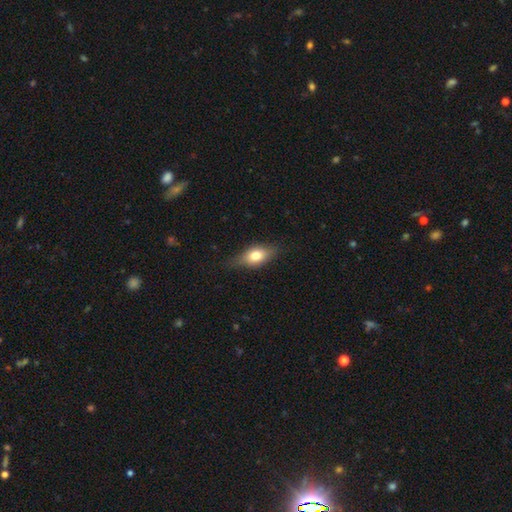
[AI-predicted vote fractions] Smooth or featured?
  - smooth: 69% *
  - featured or disk: 24%
  - star or artifact: 8%
How rounded?
  - in between: 78% *
  - round: 12%
  - cigar-shaped: 10%
Merging?
  - none: 71% *
  - minor disturbance: 22%
  - major disturbance: 5%
  - merger: 1%